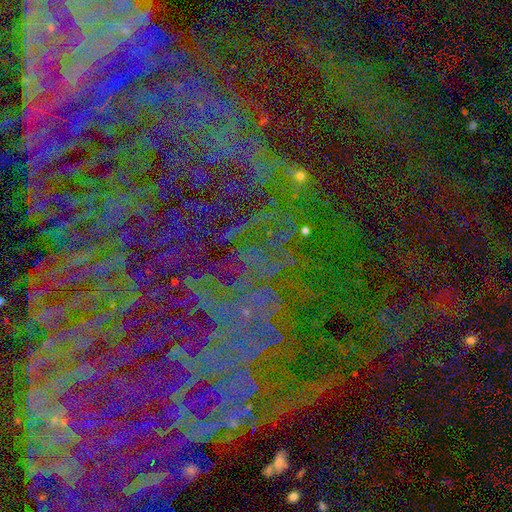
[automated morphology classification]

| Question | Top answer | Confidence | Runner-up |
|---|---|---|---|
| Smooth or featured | star or artifact | 85% | featured or disk (8%) |